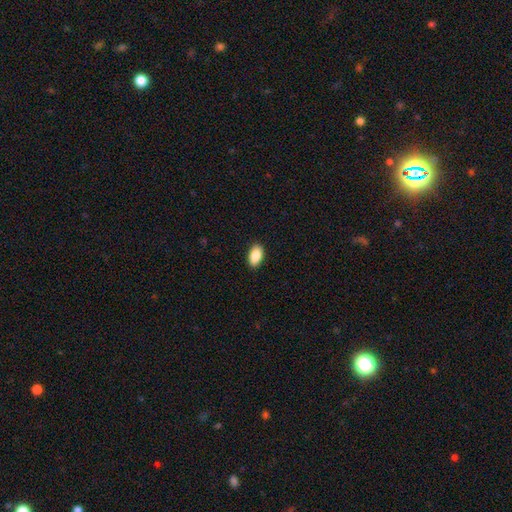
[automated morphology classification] Smooth or featured? smooth (88%)
How rounded? in between (93%)
Merging? none (89%)